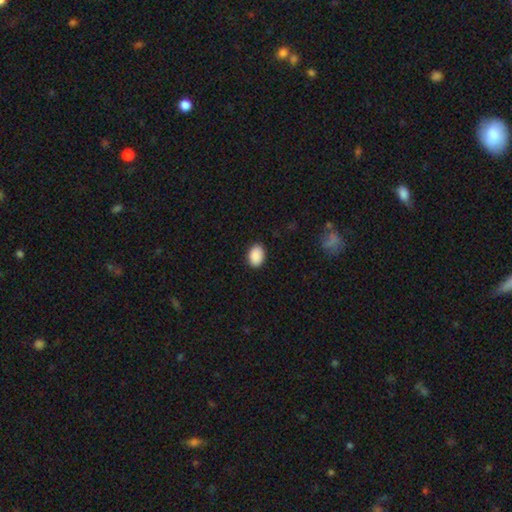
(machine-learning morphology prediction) Smooth or featured: smooth — 91% (star or artifact — 7%)
How rounded: in between — 82% (round — 17%)
Merging: none — 90% (minor disturbance — 7%)